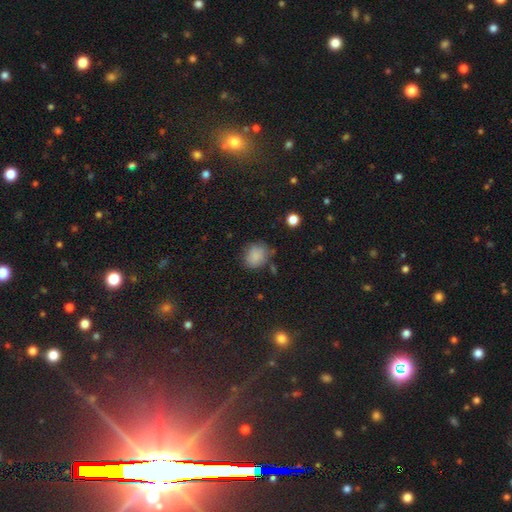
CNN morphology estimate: A smooth galaxy with no disk features (83%) that is round (64%). Merging: none (69%).